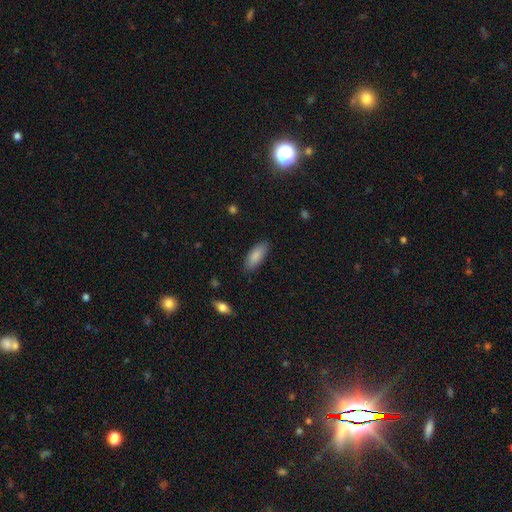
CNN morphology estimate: Smooth or featured: smooth — 87% (featured or disk — 7%)
How rounded: in between — 80% (cigar-shaped — 18%)
Merging: none — 86% (minor disturbance — 10%)